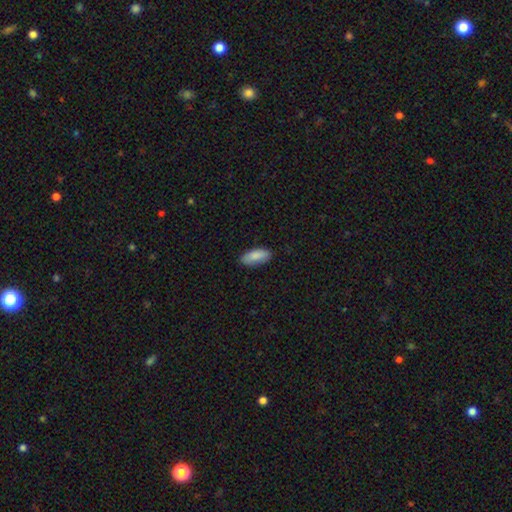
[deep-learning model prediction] Morphology: type=smooth (88%); roundness=in between (84%); merging=none (85%).